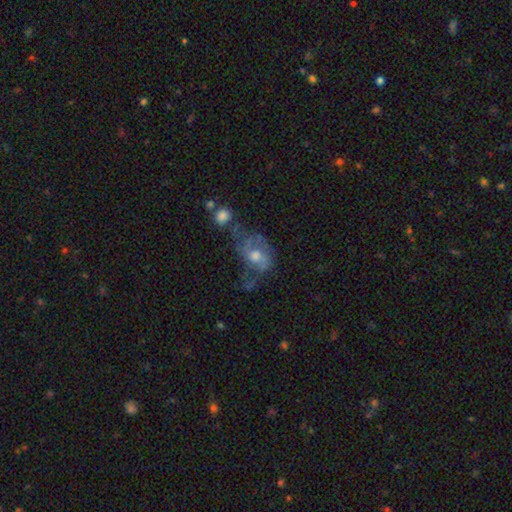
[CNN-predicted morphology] Smooth or featured? featured or disk (62%)
Edge-on disk? no (96%)
Bar? no (69%)
Spiral arms? yes (70%)
Bulge size? moderate (65%)
Merging? major disturbance (34%)